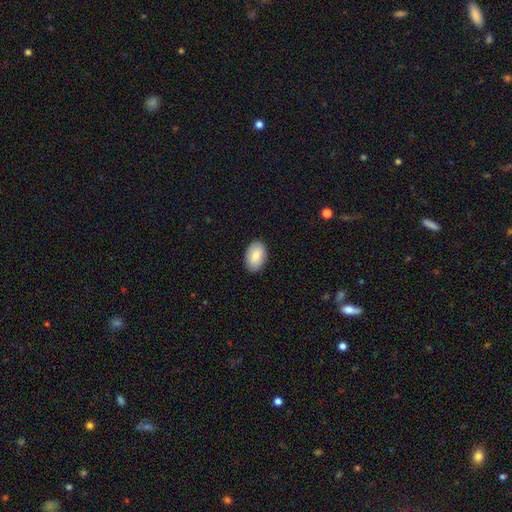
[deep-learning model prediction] Smooth or featured? smooth (84%)
How rounded? in between (92%)
Merging? none (88%)